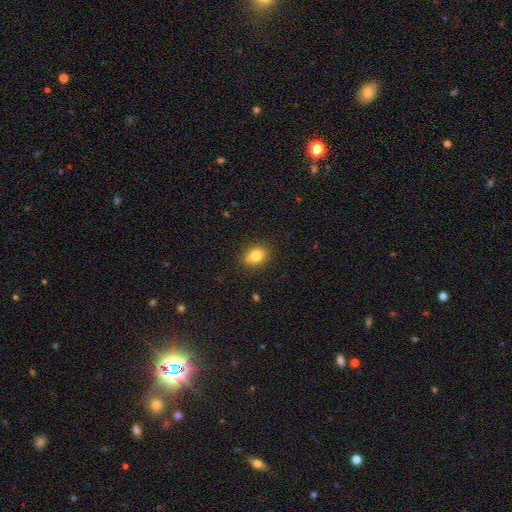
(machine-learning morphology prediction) Smooth or featured? smooth (80%)
How rounded? round (50%)
Merging? none (79%)